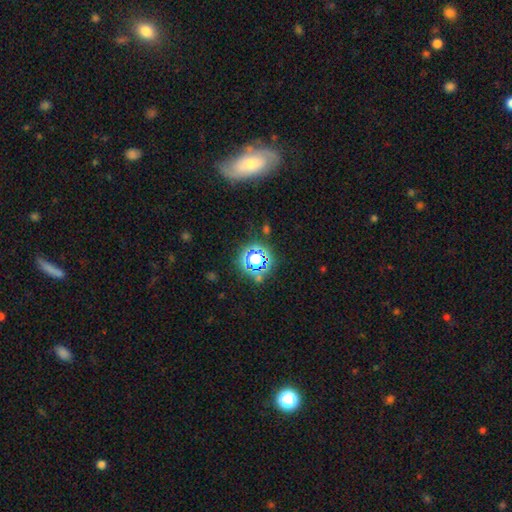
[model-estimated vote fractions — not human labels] This is possibly a star or artifact rather than a galaxy (56%).